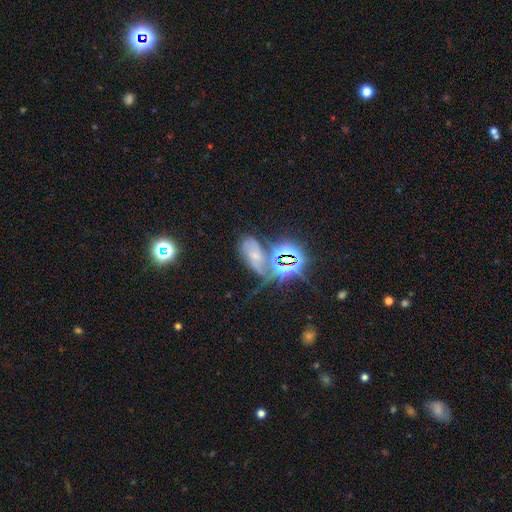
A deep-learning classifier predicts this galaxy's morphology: This appears to be a star or artifact, not a galaxy (44%).